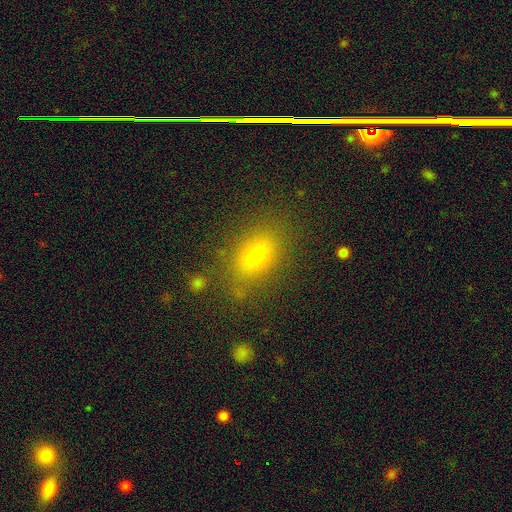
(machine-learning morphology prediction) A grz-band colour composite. It shows a smooth galaxy with no disk features (70%) that is in between round and cigar-shaped (69%). Merging: none (76%).